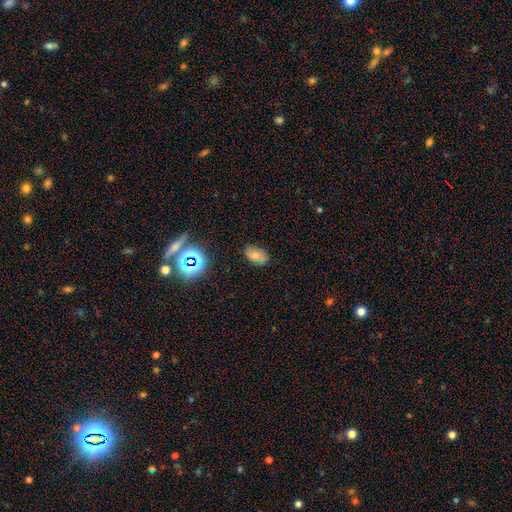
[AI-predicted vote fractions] Smooth or featured? smooth (69%)
How rounded? in between (90%)
Merging? none (81%)